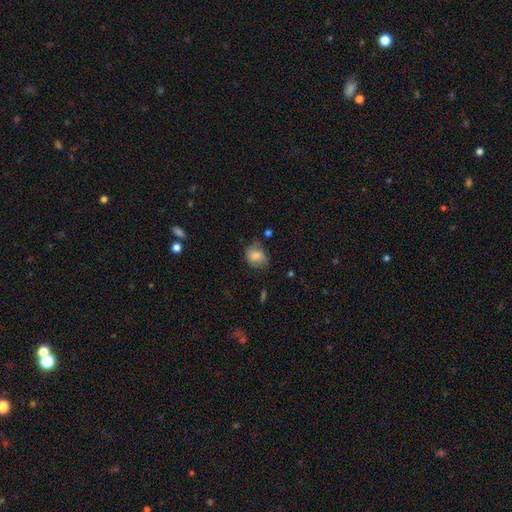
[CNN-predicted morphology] smooth-or-featured: smooth: 78% | featured or disk: 14% | star or artifact: 9%
  how-rounded: round: 53% | in between: 46% | cigar-shaped: 1%
  merging: none: 55% | minor disturbance: 32% | major disturbance: 11% | merger: 3%